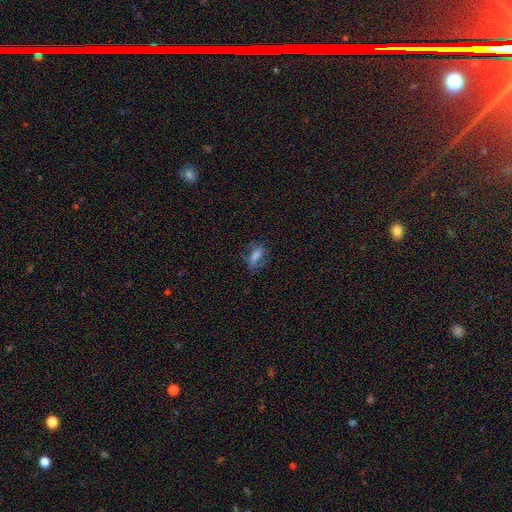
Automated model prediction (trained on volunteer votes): Q: Smooth or featured?
A: smooth (56%); runner-up: featured or disk (25%)
Q: How rounded?
A: in between (69%); runner-up: cigar-shaped (18%)
Q: Merging?
A: none (64%); runner-up: minor disturbance (21%)